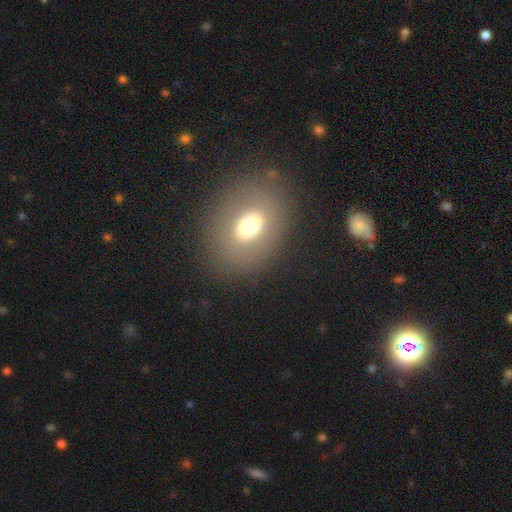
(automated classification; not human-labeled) The model was most divided on "smooth or featured": smooth: 56%, featured or disk: 26%, star or artifact: 17%. More confident: merging — none (86%); how rounded — in between (67%).